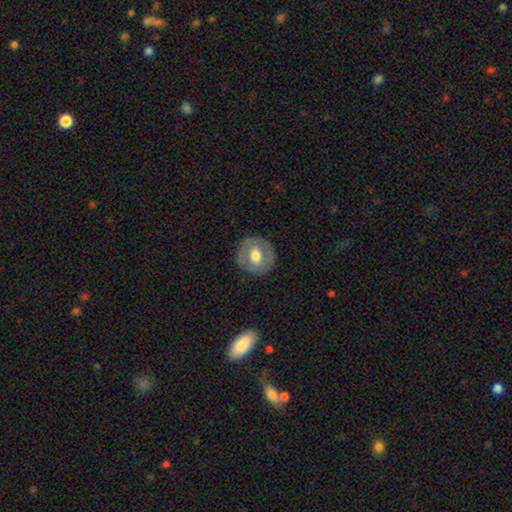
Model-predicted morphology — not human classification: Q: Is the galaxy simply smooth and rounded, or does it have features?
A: smooth — 50%.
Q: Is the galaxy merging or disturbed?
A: none — 85%.